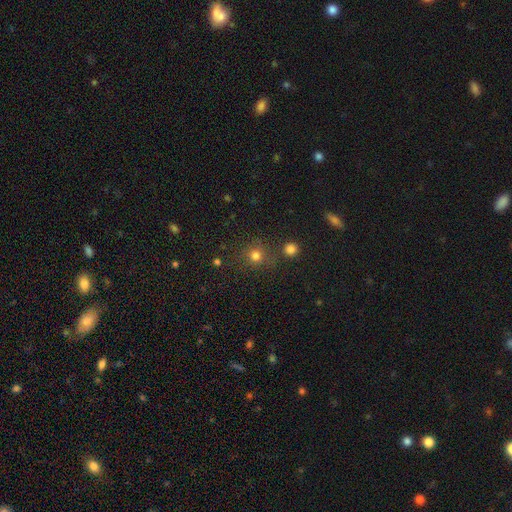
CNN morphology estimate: smooth 74%, star or artifact 19%, featured or disk 6%. Down the decision tree: how rounded — round (90%); merging — none (77%).